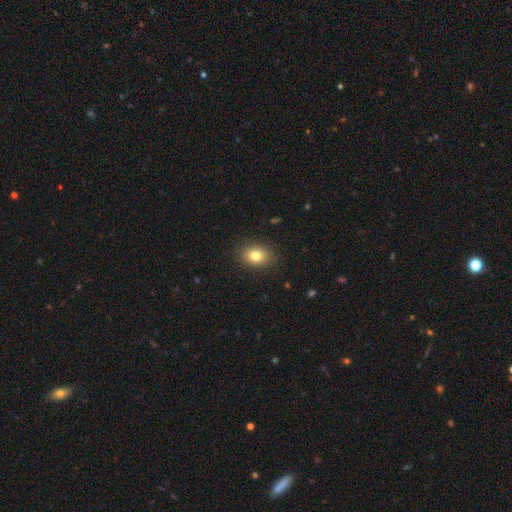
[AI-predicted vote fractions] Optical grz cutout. It shows a smooth galaxy with no disk features (81%) that is in between round and cigar-shaped (68%). Merging: none (88%).